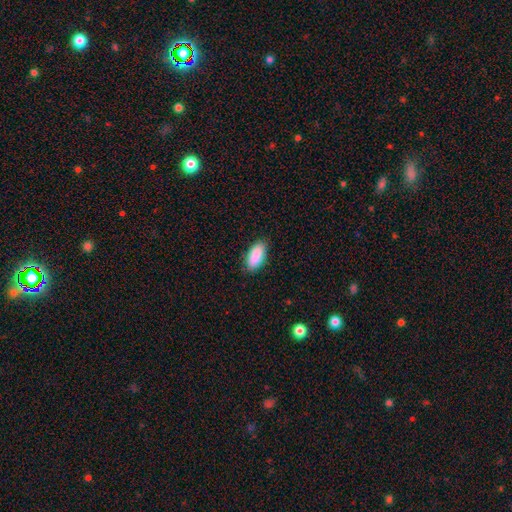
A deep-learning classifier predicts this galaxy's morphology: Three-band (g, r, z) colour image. It shows a smooth galaxy with no disk features (90%) that is in between round and cigar-shaped (92%). Merging: none (85%).